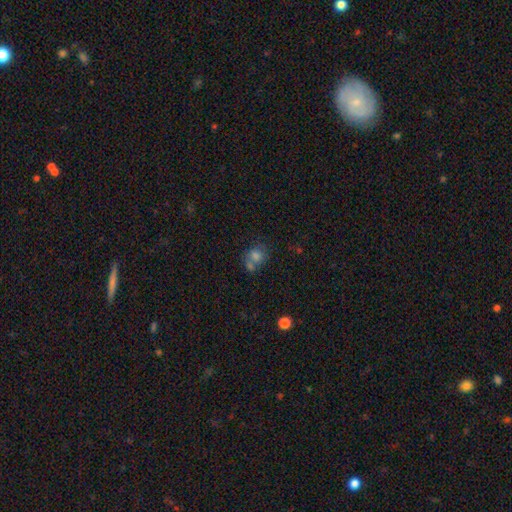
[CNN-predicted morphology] Overall: smooth (74%). How rounded: round (67%; in between 32%). Merging: merger (40%; none 39%).